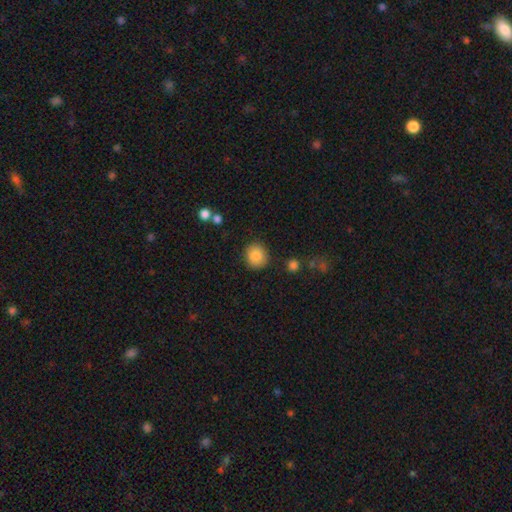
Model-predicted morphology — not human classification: This appears to be a smooth galaxy with no disk features (85%) that is round (87%). Merging: none (87%).